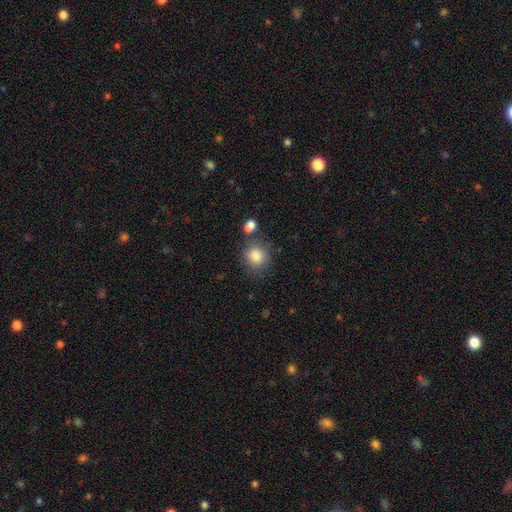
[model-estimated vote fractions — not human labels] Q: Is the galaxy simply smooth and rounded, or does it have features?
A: smooth — 84%.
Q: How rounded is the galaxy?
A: round — 80%.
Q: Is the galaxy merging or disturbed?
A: none — 70%.